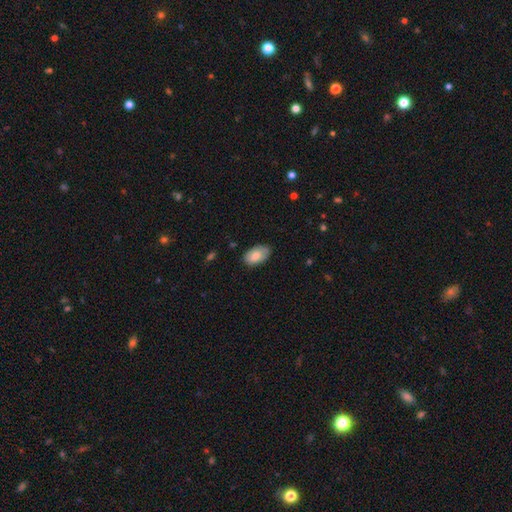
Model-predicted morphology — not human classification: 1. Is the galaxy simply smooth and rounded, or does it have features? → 78% smooth, 16% featured or disk, 6% star or artifact.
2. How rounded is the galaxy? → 94% in between, 5% round, 1% cigar-shaped.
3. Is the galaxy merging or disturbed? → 77% none, 19% minor disturbance, 3% major disturbance, 1% merger.